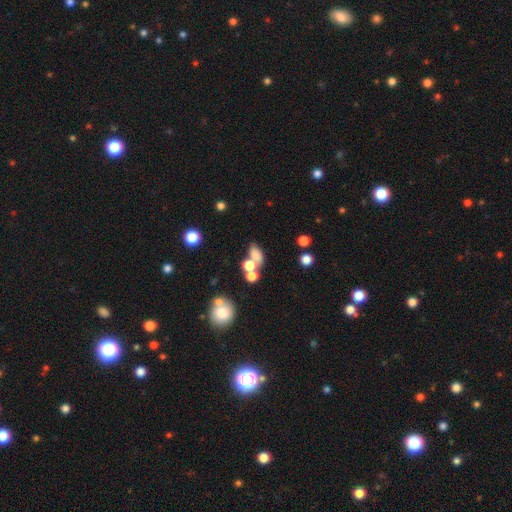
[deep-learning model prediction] This appears to be a smooth galaxy with no disk features (66%) that is in between round and cigar-shaped (72%). Merging: merger (43%).